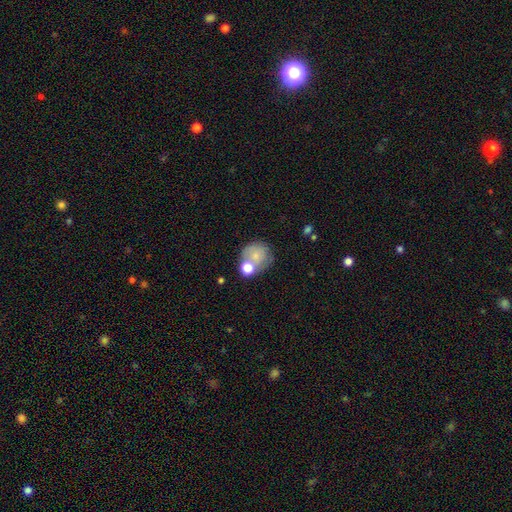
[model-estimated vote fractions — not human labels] The model was most divided on "merging": none: 45%, merger: 30%, minor disturbance: 17%, major disturbance: 9%. More confident: how rounded — round (77%); smooth or featured — smooth (68%).